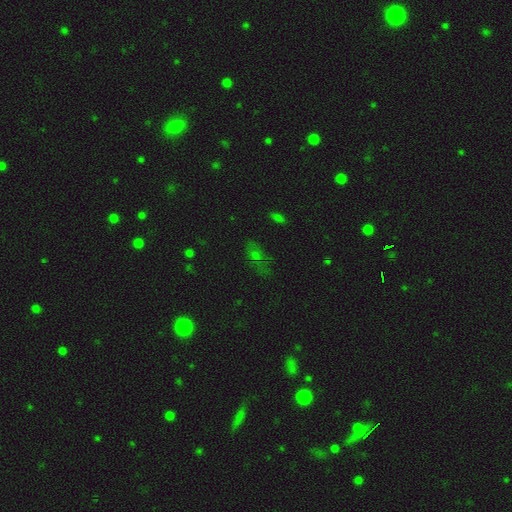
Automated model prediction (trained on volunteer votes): Smooth or featured: star or artifact — 41% (smooth — 40%)